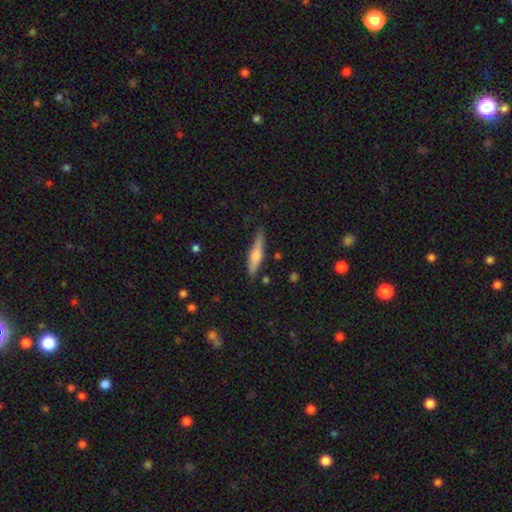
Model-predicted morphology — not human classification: type=smooth (54%); roundness=cigar-shaped (81%); merging=none (78%).